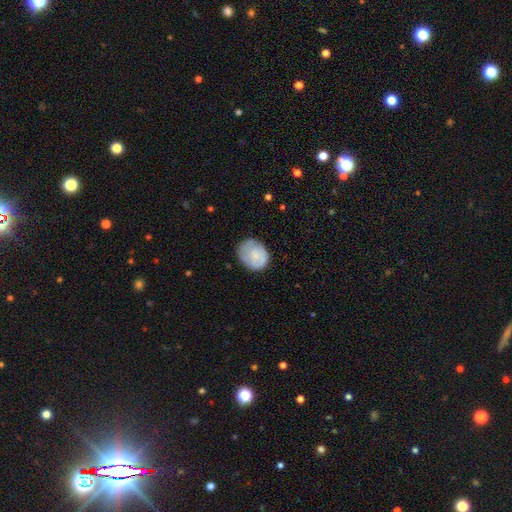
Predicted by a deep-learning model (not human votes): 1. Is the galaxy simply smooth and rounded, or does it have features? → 71% smooth, 22% featured or disk, 7% star or artifact.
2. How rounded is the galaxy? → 58% round, 41% in between, 1% cigar-shaped.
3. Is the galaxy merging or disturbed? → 64% none, 26% minor disturbance, 8% major disturbance, 1% merger.